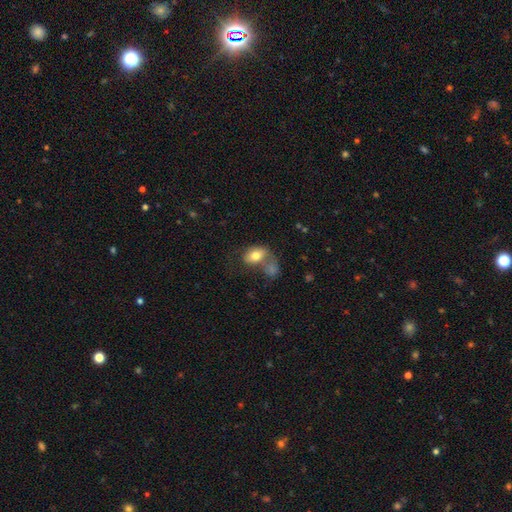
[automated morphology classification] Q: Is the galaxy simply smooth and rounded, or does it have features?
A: smooth — 78%.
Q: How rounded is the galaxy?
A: in between — 82%.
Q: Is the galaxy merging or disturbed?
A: merger — 43%.